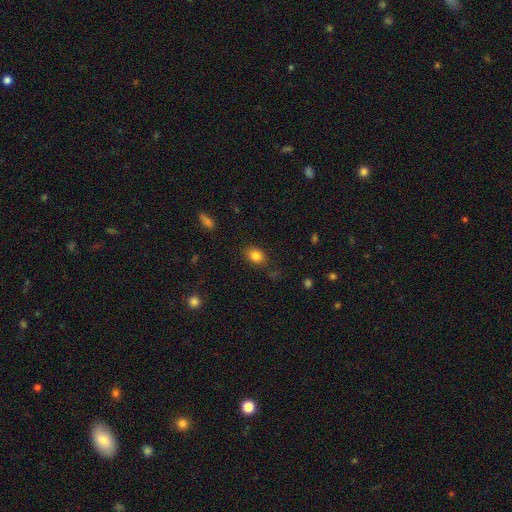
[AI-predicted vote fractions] Smooth or featured?
  - smooth: 83% *
  - star or artifact: 10%
  - featured or disk: 7%
How rounded?
  - in between: 67% *
  - round: 32%
  - cigar-shaped: 1%
Merging?
  - none: 80% *
  - minor disturbance: 14%
  - major disturbance: 4%
  - merger: 2%